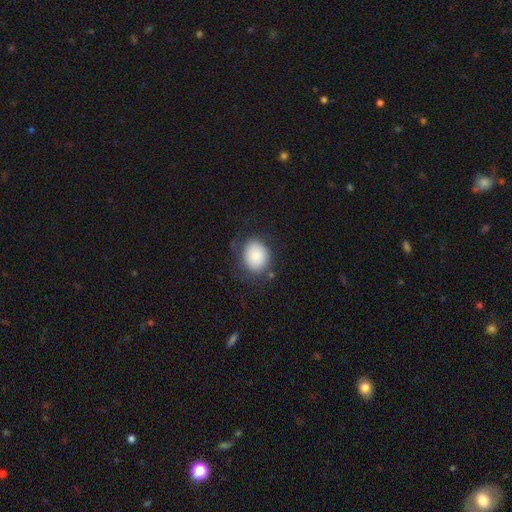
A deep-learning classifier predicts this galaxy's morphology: type=smooth (85%); roundness=round (52%); merging=none (68%).